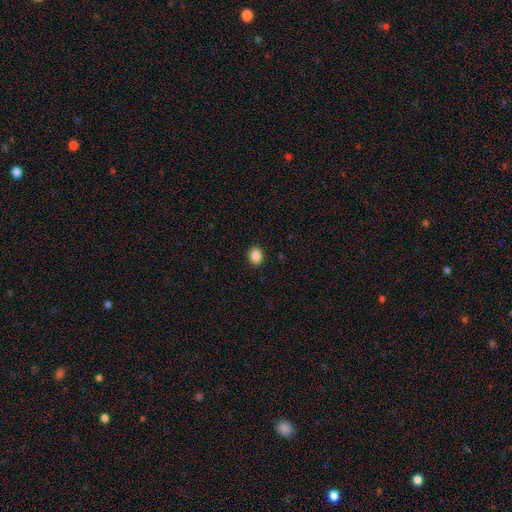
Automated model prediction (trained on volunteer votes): Smooth or featured? Predicted: smooth (p=0.88). How rounded? Predicted: in between (p=0.57). Merging? Predicted: none (p=0.90).